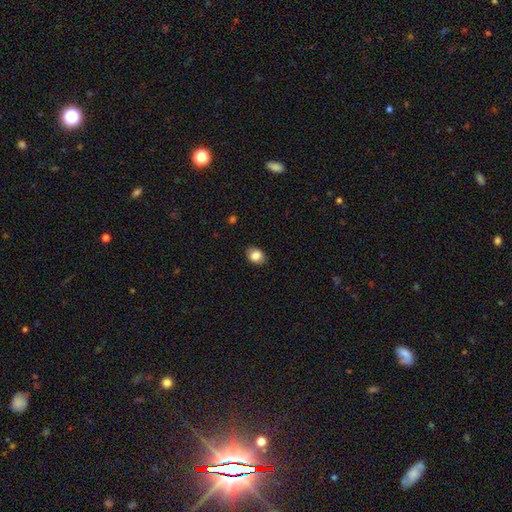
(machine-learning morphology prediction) smooth-or-featured: smooth: 85% | star or artifact: 8% | featured or disk: 7%
  how-rounded: in between: 65% | round: 34% | cigar-shaped: 1%
  merging: none: 86% | minor disturbance: 11% | major disturbance: 2% | merger: 1%